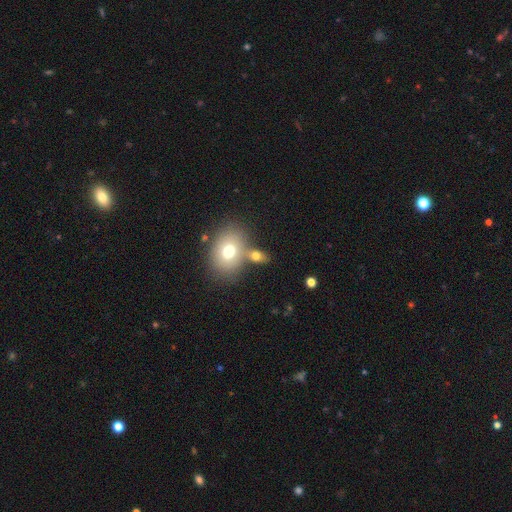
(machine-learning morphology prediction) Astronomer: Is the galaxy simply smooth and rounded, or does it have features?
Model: smooth — 71%.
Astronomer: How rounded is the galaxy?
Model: in between — 70%.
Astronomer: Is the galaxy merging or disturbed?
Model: none — 52% (runner-up: merger, 30%).